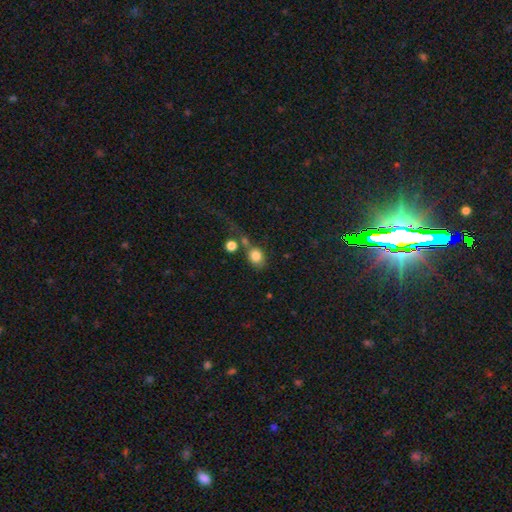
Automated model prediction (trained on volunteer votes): Morphology: type=smooth (82%); roundness=round (62%); merging=none (41%).